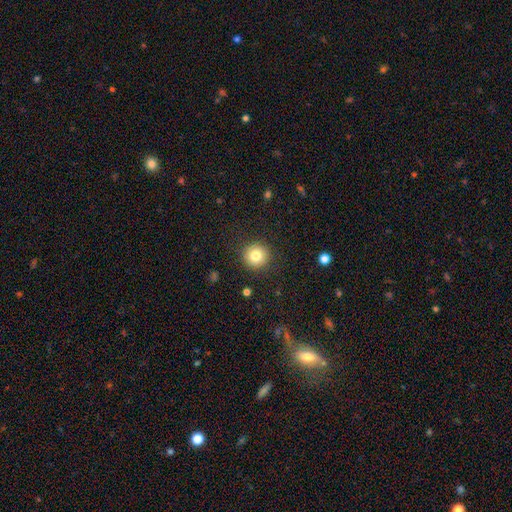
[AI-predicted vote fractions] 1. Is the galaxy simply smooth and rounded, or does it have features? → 81% smooth, 10% star or artifact, 9% featured or disk.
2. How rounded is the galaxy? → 93% round, 6% in between, 1% cigar-shaped.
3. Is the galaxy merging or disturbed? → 90% none, 6% minor disturbance, 2% major disturbance, 1% merger.